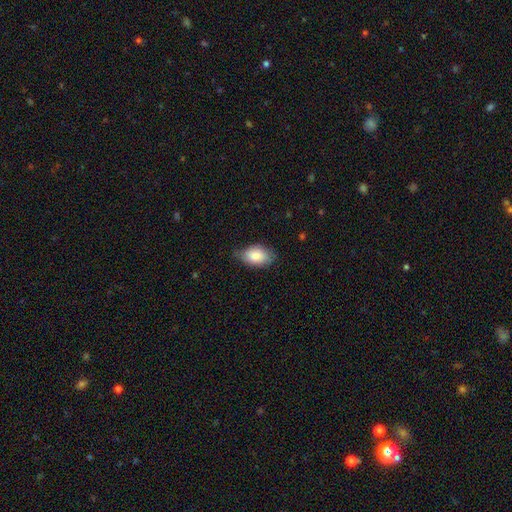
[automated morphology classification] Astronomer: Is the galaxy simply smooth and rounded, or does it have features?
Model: smooth — 83%.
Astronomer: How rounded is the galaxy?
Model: in between — 90%.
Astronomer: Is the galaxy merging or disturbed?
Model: none — 65%.